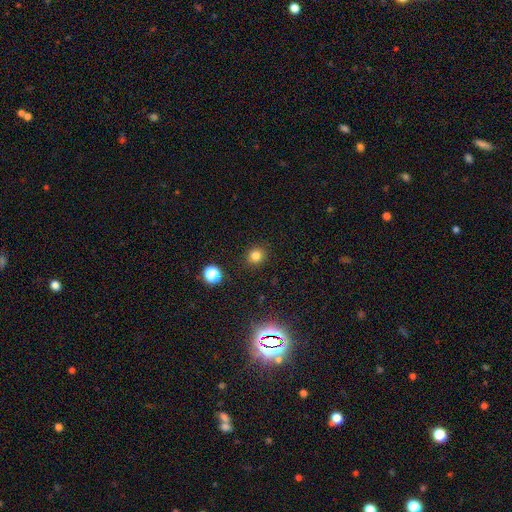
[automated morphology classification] Q: Smooth or featured?
A: smooth (80%); runner-up: star or artifact (15%)
Q: How rounded?
A: round (88%); runner-up: in between (11%)
Q: Merging?
A: none (90%); runner-up: minor disturbance (6%)